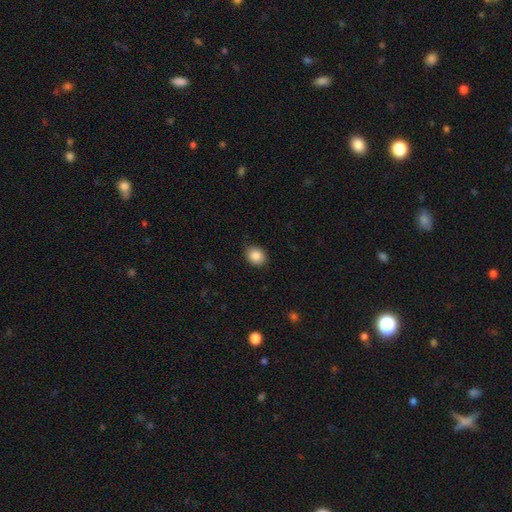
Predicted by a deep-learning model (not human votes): Smooth or featured? smooth (87%)
How rounded? round (54%)
Merging? none (83%)